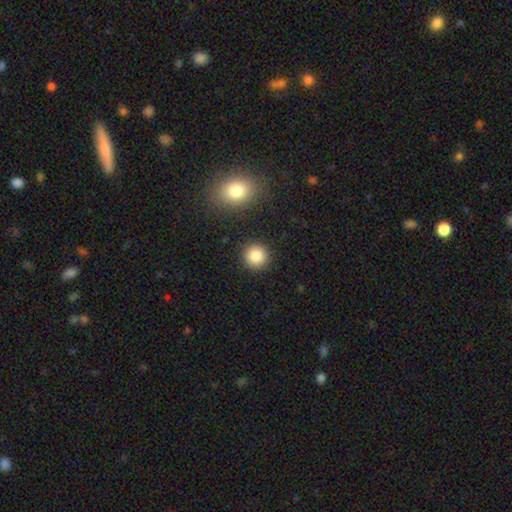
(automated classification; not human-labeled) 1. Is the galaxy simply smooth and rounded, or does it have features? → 85% smooth, 10% star or artifact, 5% featured or disk.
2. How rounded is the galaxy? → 93% round, 6% in between, 1% cigar-shaped.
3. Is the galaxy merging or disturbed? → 90% none, 6% minor disturbance, 2% major disturbance, 2% merger.